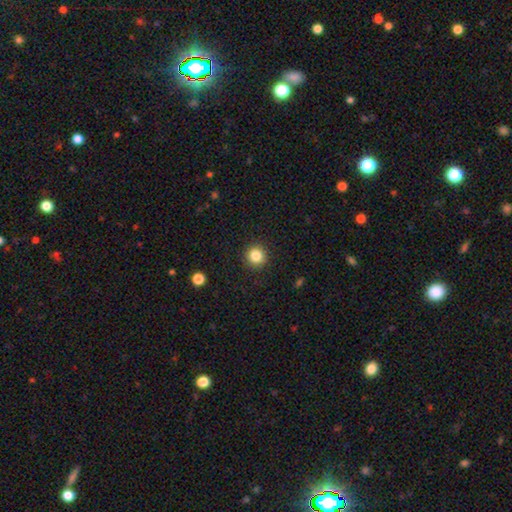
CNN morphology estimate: This is clearly a smooth galaxy (84%). How rounded: clearly round (94%). Merging: clearly none (92%).